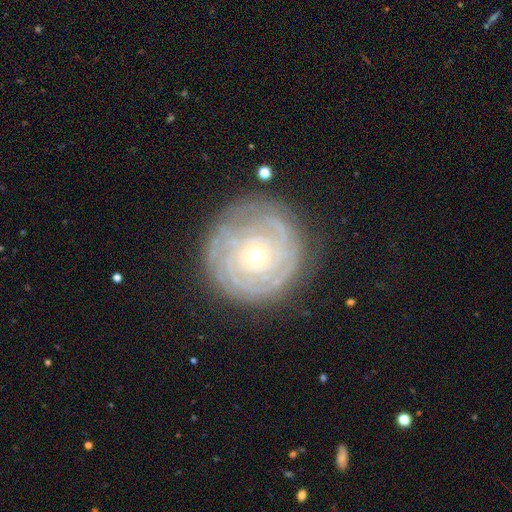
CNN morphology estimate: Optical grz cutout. It shows a featured or disk galaxy (83%) with no bar (83%), tight (85%) spiral arms (93%) and a small central bulge (63%). Merging: none (81%).